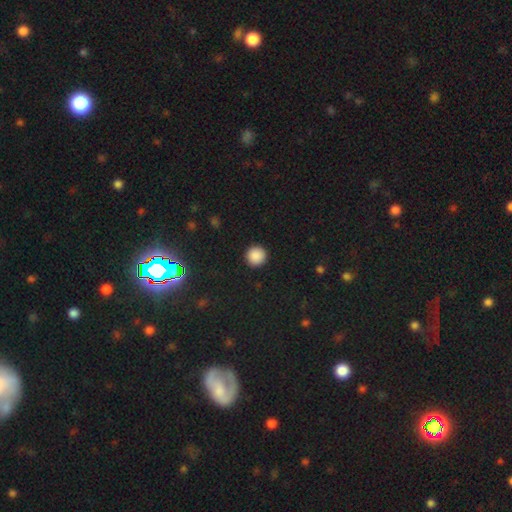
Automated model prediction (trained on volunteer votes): Smooth or featured?
  - smooth: 88% *
  - star or artifact: 10%
  - featured or disk: 3%
How rounded?
  - round: 96% *
  - in between: 3%
  - cigar-shaped: 1%
Merging?
  - none: 93% *
  - minor disturbance: 5%
  - major disturbance: 2%
  - merger: 1%